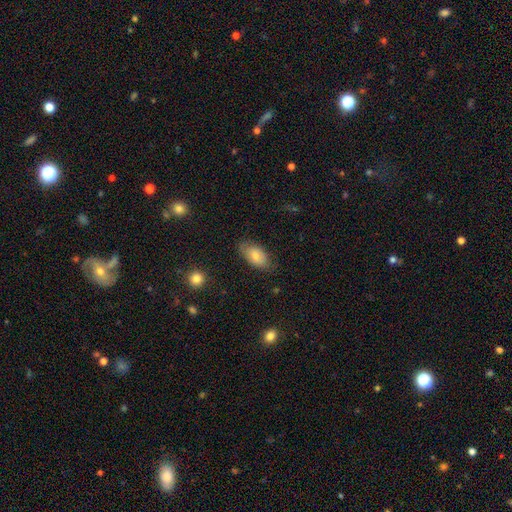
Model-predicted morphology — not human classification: smooth-or-featured: smooth: 77% | featured or disk: 16% | star or artifact: 7%
  how-rounded: in between: 93% | round: 4% | cigar-shaped: 3%
  merging: none: 73% | minor disturbance: 21% | major disturbance: 5% | merger: 1%